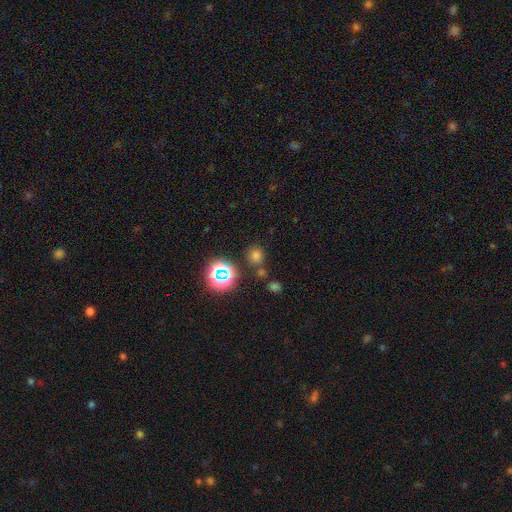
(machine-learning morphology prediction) type=smooth (67%); roundness=round (78%); merging=none (75%).